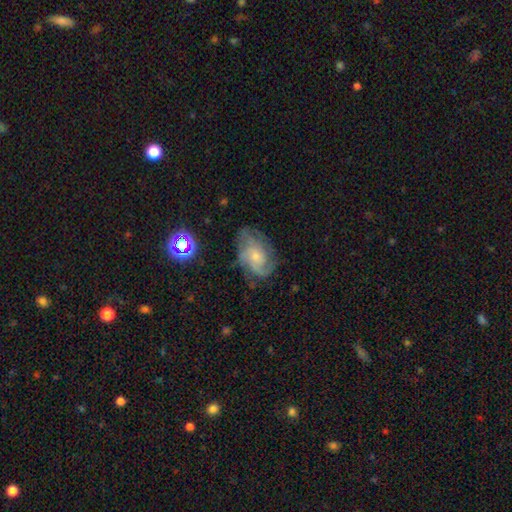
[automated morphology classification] smooth_or_featured: featured or disk (p=0.71) [alt: smooth p=0.19]
disk_edge_on: no (p=0.97) [alt: yes p=0.03]
bar: no (p=0.72) [alt: weak p=0.25]
has_spiral_arms: yes (p=0.92) [alt: no p=0.08]
spiral_winding: tight (p=0.42) [alt: medium p=0.41]
spiral_arm_count: can't tell (p=0.33) [alt: 3 p=0.25]
bulge_size: small (p=0.53) [alt: moderate p=0.37]
merging: none (p=0.62) [alt: minor disturbance p=0.23]